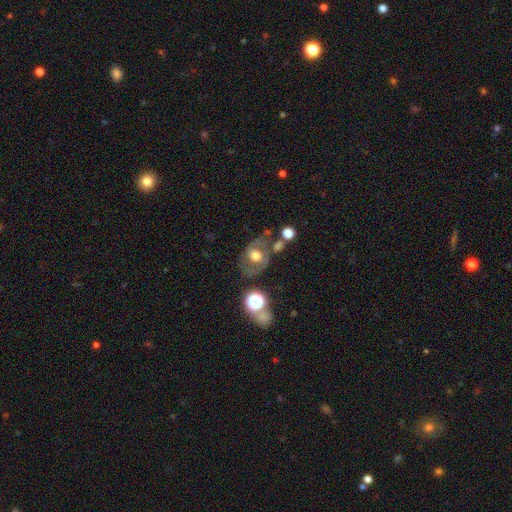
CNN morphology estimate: A featured or disk galaxy (50%). Merging: none (60%).